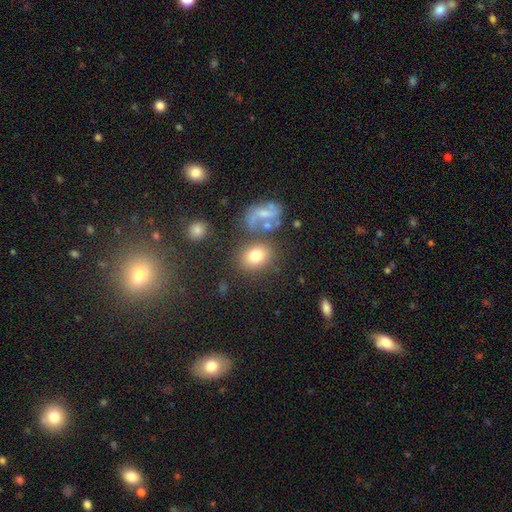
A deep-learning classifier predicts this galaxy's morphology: Overall: smooth (74%). How rounded: in between (54%; round 45%). Merging: none (66%).